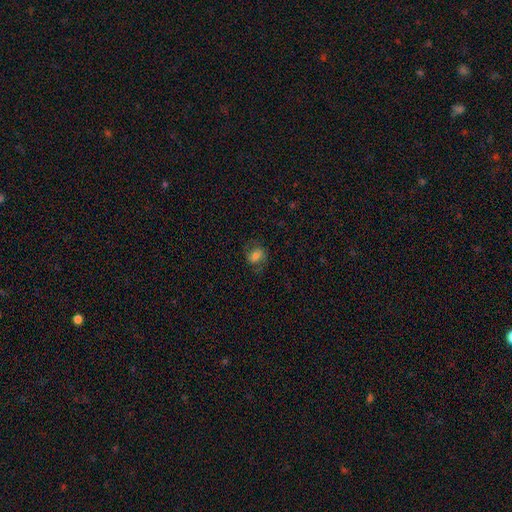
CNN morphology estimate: A smooth galaxy with no disk features (57%) that is round (53%).

Vote fractions:
- Smooth or featured? smooth: 57% / featured or disk: 31% / star or artifact: 11%
- How rounded? round: 53% / in between: 45% / cigar-shaped: 1%
- Merging? none: 69% / minor disturbance: 18% / major disturbance: 11% / merger: 1%